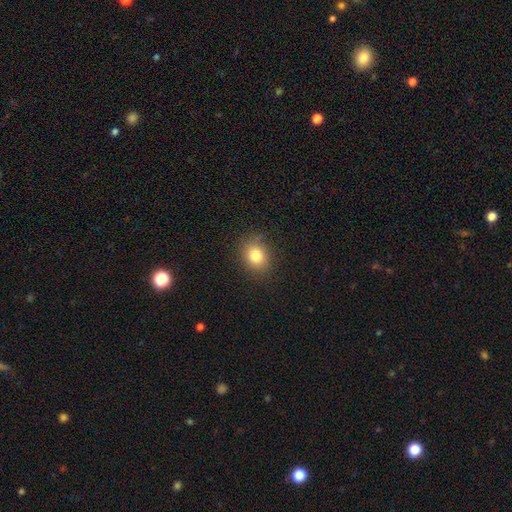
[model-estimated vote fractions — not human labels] This is likely a smooth galaxy (80%). How rounded: possibly round (54%). Merging: clearly none (82%).